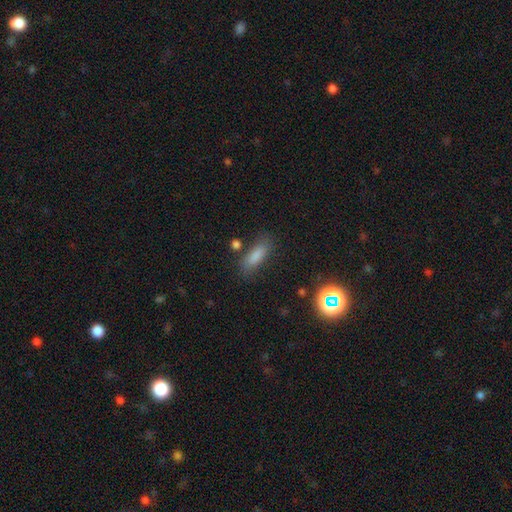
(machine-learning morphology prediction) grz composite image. It shows a smooth galaxy with no disk features (75%) that is in between round and cigar-shaped (54%). Merging: none (80%).